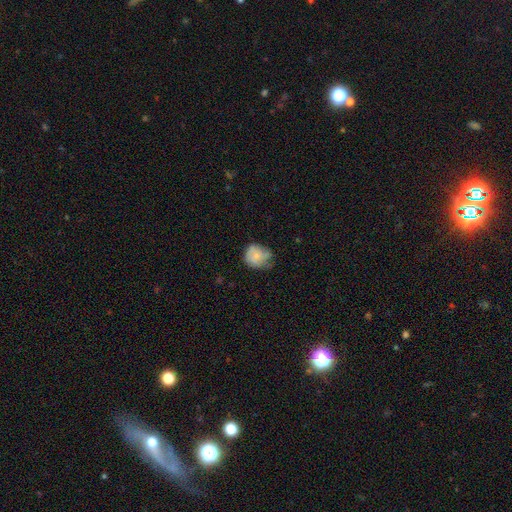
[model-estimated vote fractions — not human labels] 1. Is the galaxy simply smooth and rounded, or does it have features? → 66% smooth, 26% featured or disk, 8% star or artifact.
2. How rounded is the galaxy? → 70% round, 29% in between, 1% cigar-shaped.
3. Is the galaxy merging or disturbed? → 42% none, 39% minor disturbance, 16% major disturbance, 2% merger.